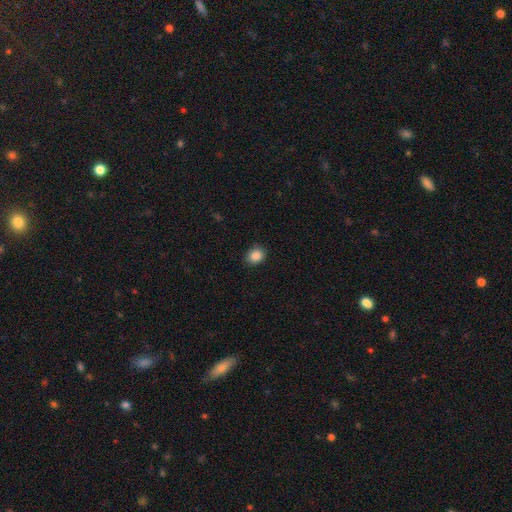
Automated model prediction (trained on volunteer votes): Smooth or featured? Predicted: smooth (p=0.87). How rounded? Predicted: round (p=0.58). Merging? Predicted: none (p=0.87).